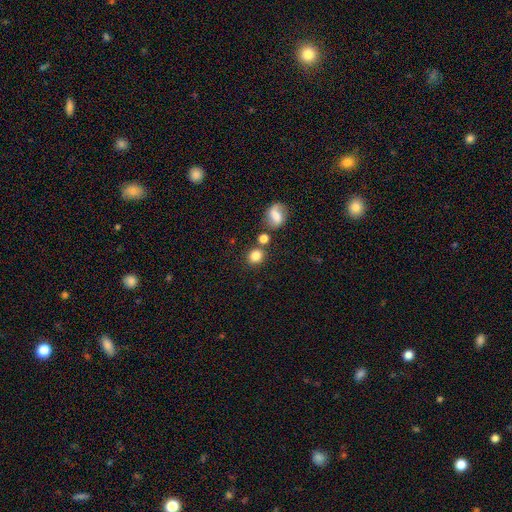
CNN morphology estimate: Q: Smooth or featured?
A: smooth (82%); runner-up: star or artifact (11%)
Q: How rounded?
A: round (77%); runner-up: in between (22%)
Q: Merging?
A: none (74%); runner-up: merger (13%)